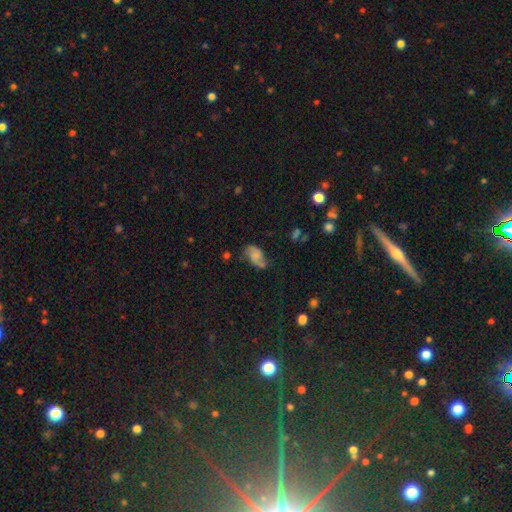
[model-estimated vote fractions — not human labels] A featured or disk galaxy (57%) with no bar (63%), spiral arms (89%) and no central bulge (37%).

Vote fractions:
- Smooth or featured? featured or disk: 57% / smooth: 33% / star or artifact: 10%
- Edge-on disk? no: 97% / yes: 3%
- Bar? no: 63% / weak: 31% / strong: 7%
- Spiral arms? yes: 89% / no: 11%
- Bulge size? none: 37% / small: 34% / moderate: 22% / large: 5% / dominant: 2%
- Merging? none: 56% / minor disturbance: 27% / major disturbance: 13% / merger: 4%